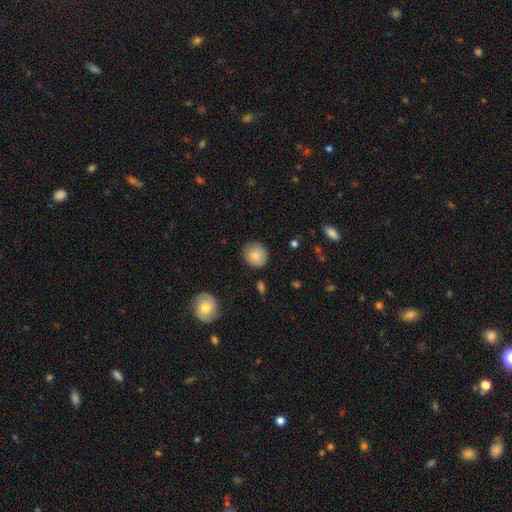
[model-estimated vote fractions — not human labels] smooth_or_featured: smooth (p=0.81) [alt: featured or disk p=0.11]
how_rounded: round (p=0.89) [alt: in between p=0.10]
merging: none (p=0.83) [alt: minor disturbance p=0.13]